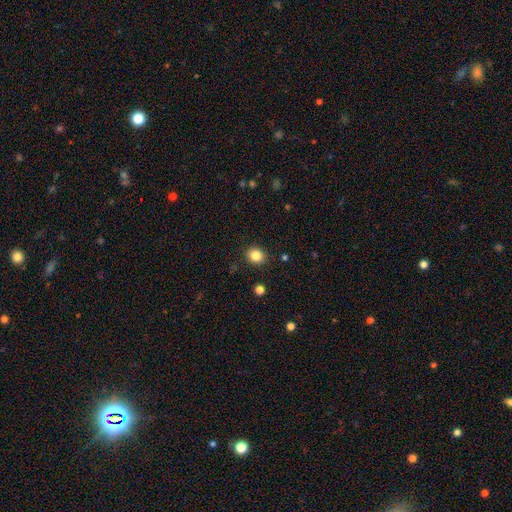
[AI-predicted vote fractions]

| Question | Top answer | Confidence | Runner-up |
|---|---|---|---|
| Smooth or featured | smooth | 84% | star or artifact (11%) |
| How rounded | round | 73% | in between (26%) |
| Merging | none | 90% | minor disturbance (6%) |